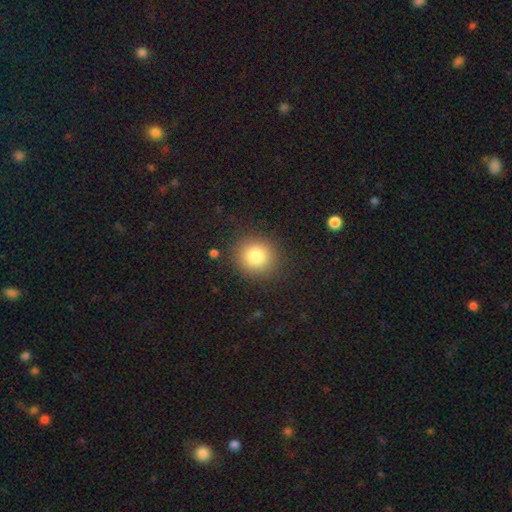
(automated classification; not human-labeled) Smooth or featured? Predicted: smooth (p=0.84). How rounded? Predicted: round (p=0.89). Merging? Predicted: none (p=0.88).